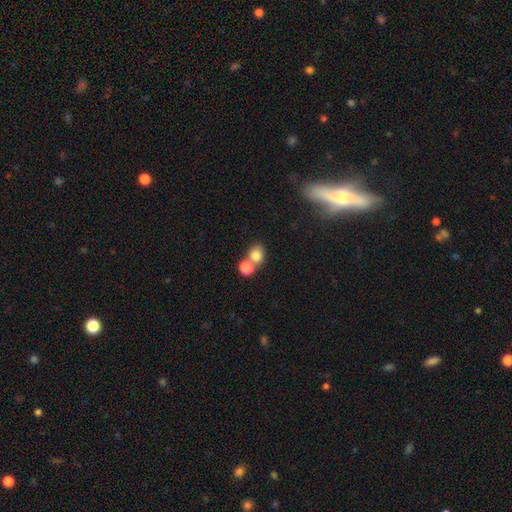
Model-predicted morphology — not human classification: smooth-or-featured: smooth: 79% | star or artifact: 12% | featured or disk: 9%
  how-rounded: round: 67% | in between: 32% | cigar-shaped: 1%
  merging: none: 46% | merger: 42% | minor disturbance: 8% | major disturbance: 4%